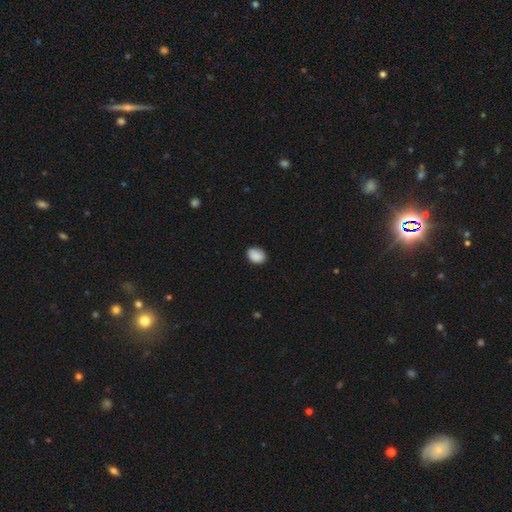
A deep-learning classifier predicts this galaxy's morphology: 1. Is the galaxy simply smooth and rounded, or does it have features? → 89% smooth, 8% star or artifact, 3% featured or disk.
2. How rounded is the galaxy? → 65% in between, 34% round, 1% cigar-shaped.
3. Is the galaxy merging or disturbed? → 82% none, 14% minor disturbance, 2% major disturbance, 1% merger.